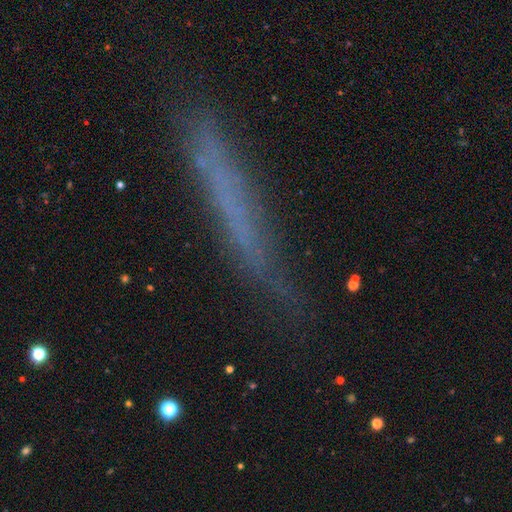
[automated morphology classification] smooth 43%, featured or disk 42%, star or artifact 15%. Down the decision tree: merging — none (78%).